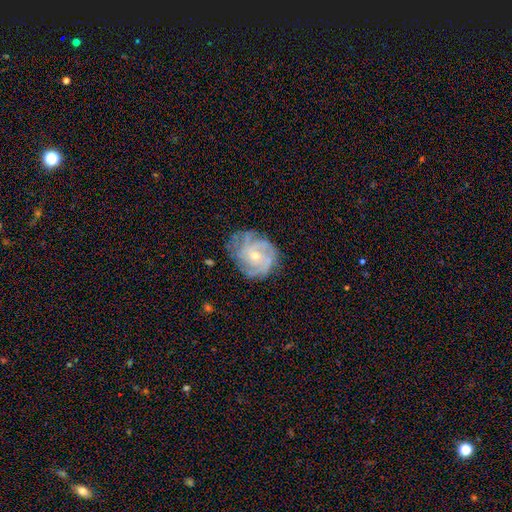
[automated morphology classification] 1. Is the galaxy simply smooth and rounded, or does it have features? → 80% featured or disk, 13% smooth, 7% star or artifact.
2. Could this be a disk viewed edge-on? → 98% no, 2% yes.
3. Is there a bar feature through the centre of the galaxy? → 76% no, 21% weak, 3% strong.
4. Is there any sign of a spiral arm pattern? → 93% yes, 7% no.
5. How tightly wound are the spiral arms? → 60% tight, 31% medium, 9% loose.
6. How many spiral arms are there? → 34% can't tell, 21% 3, 20% 4, 12% 2, 7% more than 4, 6% 1.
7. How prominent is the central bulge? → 63% small, 33% moderate, 1% none, 1% large, 1% dominant.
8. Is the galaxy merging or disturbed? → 69% none, 21% minor disturbance, 9% major disturbance, 1% merger.